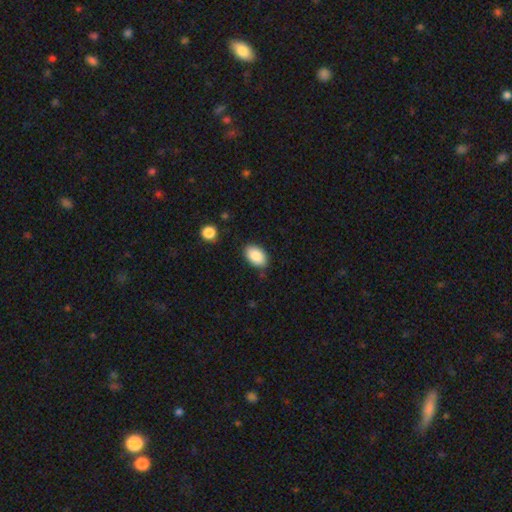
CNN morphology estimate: type=smooth (88%); roundness=in between (92%); merging=none (84%).